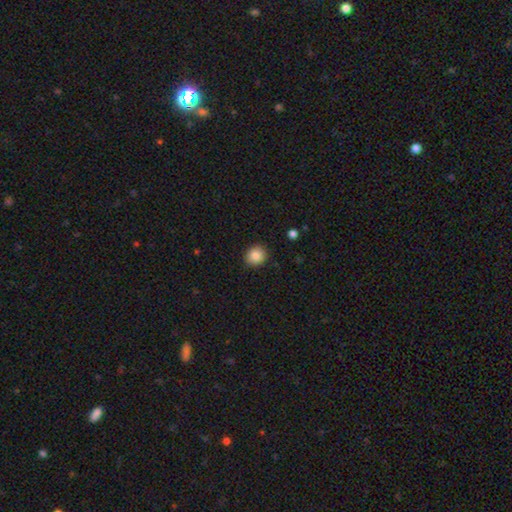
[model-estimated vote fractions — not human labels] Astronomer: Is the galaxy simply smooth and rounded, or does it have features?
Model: smooth — 87%.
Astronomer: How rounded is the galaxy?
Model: round — 81%.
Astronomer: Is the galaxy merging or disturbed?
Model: none — 90%.